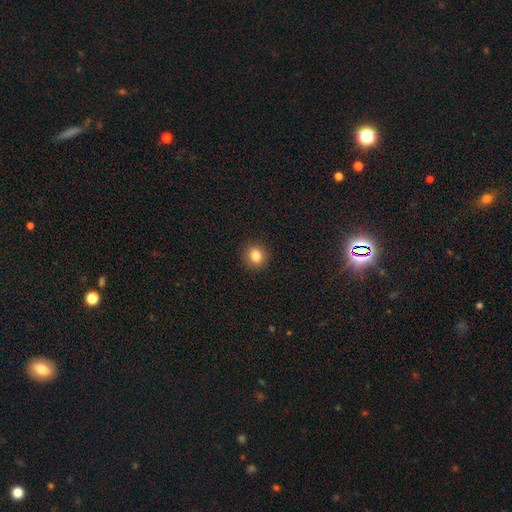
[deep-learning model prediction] Smooth or featured?
  - smooth: 83% *
  - star or artifact: 11%
  - featured or disk: 6%
How rounded?
  - round: 87% *
  - in between: 12%
  - cigar-shaped: 1%
Merging?
  - none: 92% *
  - minor disturbance: 5%
  - major disturbance: 2%
  - merger: 1%